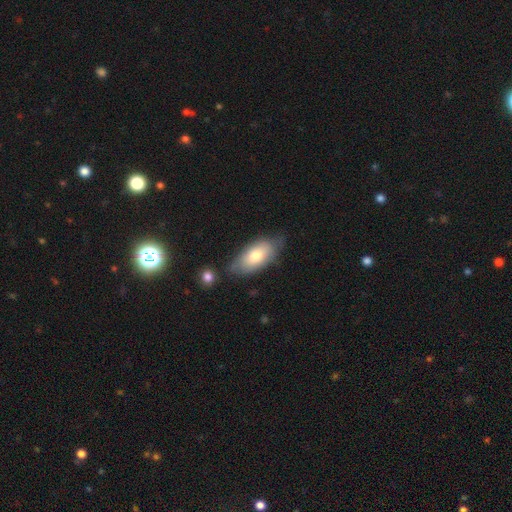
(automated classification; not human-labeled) smooth_or_featured: smooth (p=0.73) [alt: featured or disk p=0.21]
how_rounded: in between (p=0.90) [alt: cigar-shaped p=0.07]
merging: none (p=0.65) [alt: minor disturbance p=0.24]